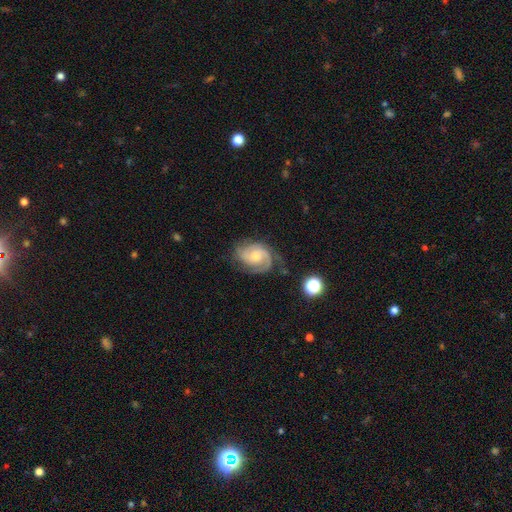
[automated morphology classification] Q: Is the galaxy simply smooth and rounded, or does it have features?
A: featured or disk — 86%.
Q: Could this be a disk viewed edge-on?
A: no — 98%.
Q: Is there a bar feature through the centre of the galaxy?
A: no — 64%.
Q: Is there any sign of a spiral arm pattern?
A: yes — 97%.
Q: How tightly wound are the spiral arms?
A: tight — 49%.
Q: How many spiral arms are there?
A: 2 — 58%.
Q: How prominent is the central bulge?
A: small — 50%.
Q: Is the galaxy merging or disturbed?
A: none — 67%.